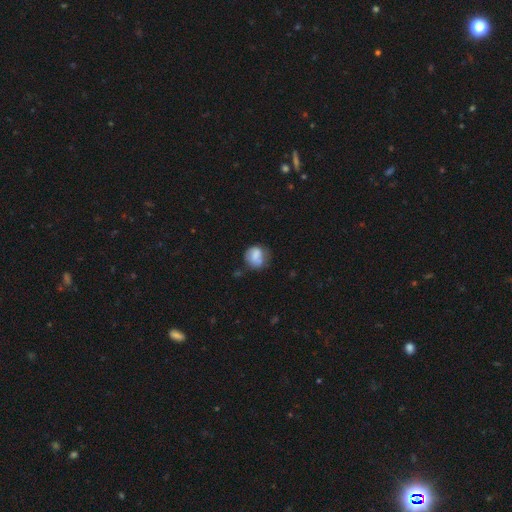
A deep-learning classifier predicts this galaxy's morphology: A smooth galaxy with no disk features (72%) that is round (71%). Merging: none (49%).